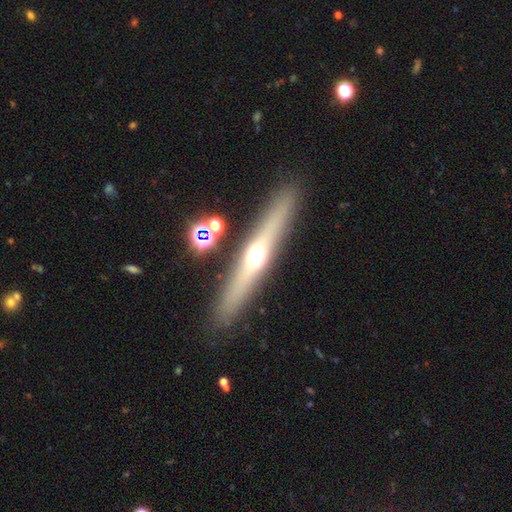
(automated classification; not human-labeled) Smooth or featured? Predicted: featured or disk (p=0.59). Edge-on disk? Predicted: yes (p=0.93). Edge-on bulge? Predicted: rounded (p=0.88). Merging? Predicted: none (p=0.88).